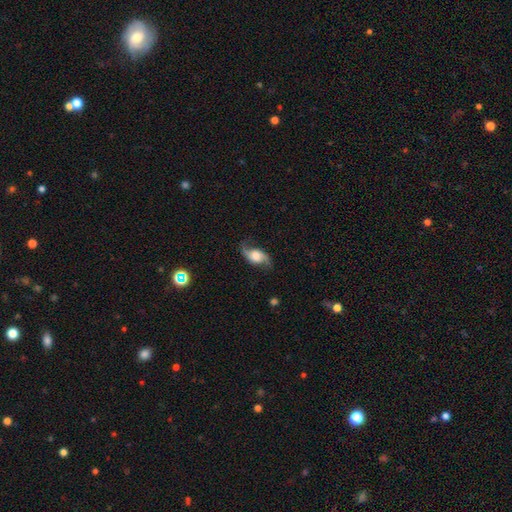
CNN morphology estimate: This is likely a featured or disk galaxy (72%). It is clearly not viewed edge-on (93%). Bar: likely no (61%). Spiral arm pattern: clearly yes (94%). Spiral arm count: clearly 2 (92%). Spiral winding: likely loose (72%). Central bulge: marginally large (41%). Merging: likely none (74%).